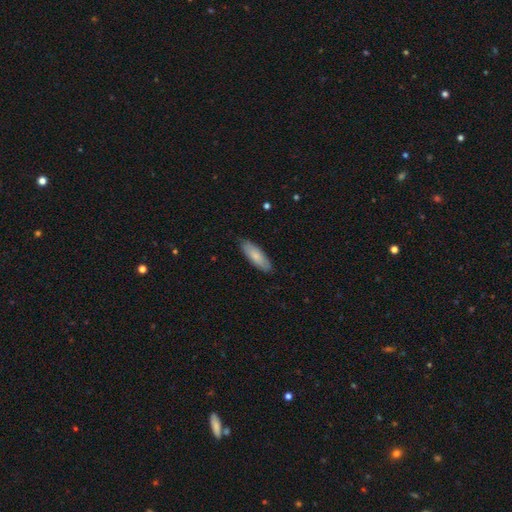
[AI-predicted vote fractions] This is likely a smooth galaxy (78%). How rounded: likely in between (60%). Merging: clearly none (84%).